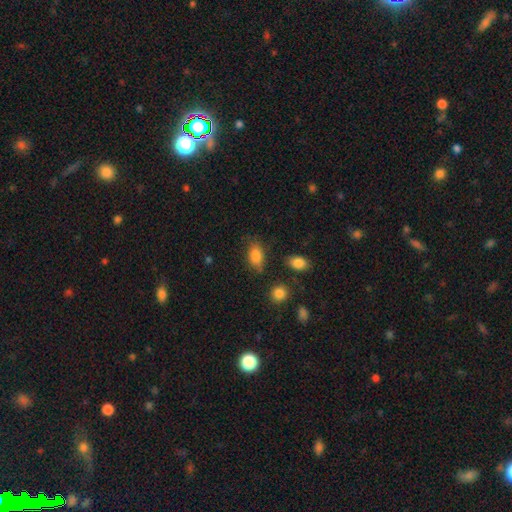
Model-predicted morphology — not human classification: This appears to be a smooth galaxy with no disk features (84%) that is in between round and cigar-shaped (88%). Merging: none (71%).